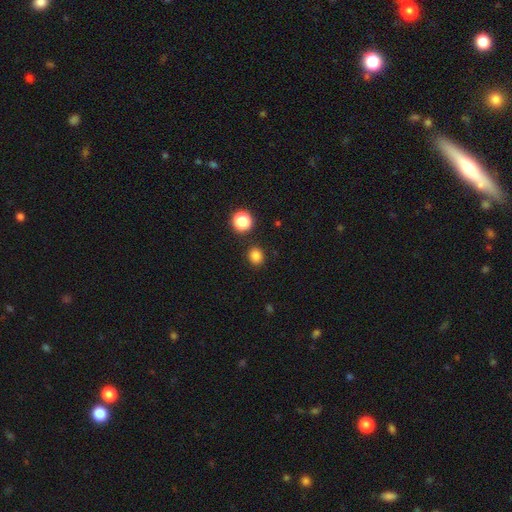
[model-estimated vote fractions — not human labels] The model was most divided on "how rounded": round: 72%, in between: 27%, cigar-shaped: 1%. More confident: merging — none (88%); smooth or featured — smooth (83%).